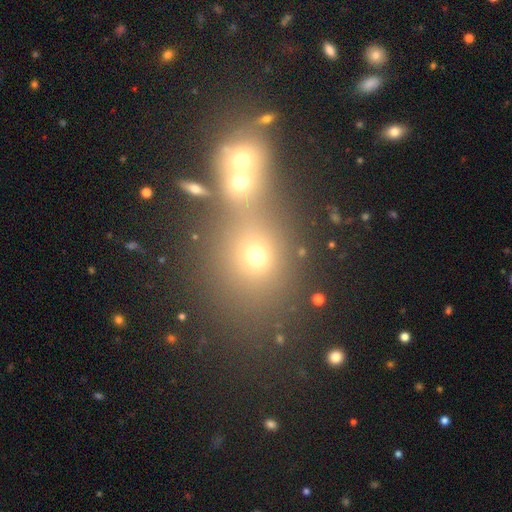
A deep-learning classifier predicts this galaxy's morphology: A smooth galaxy with no disk features (67%) that is round (69%). Merging: merger (57%).